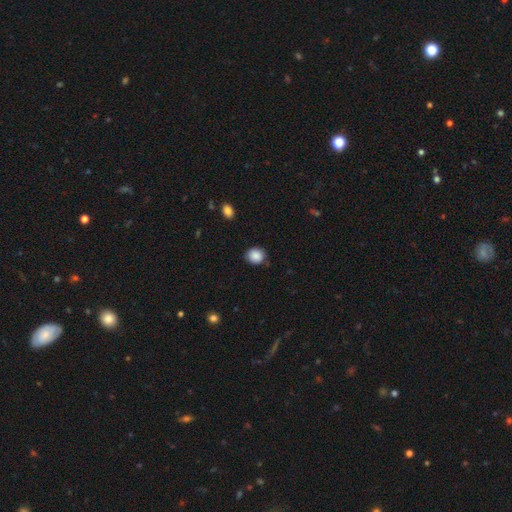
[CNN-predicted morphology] Smooth or featured? Predicted: smooth (p=0.87). How rounded? Predicted: round (p=0.80). Merging? Predicted: none (p=0.84).